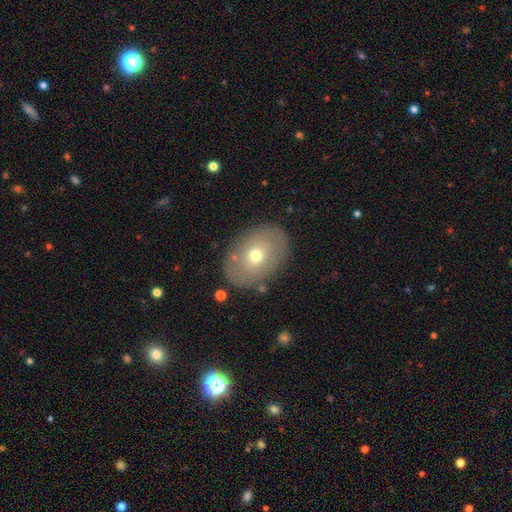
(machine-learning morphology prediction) This appears to be a smooth galaxy with no disk features (63%) that is in between round and cigar-shaped (74%). Merging: none (83%).